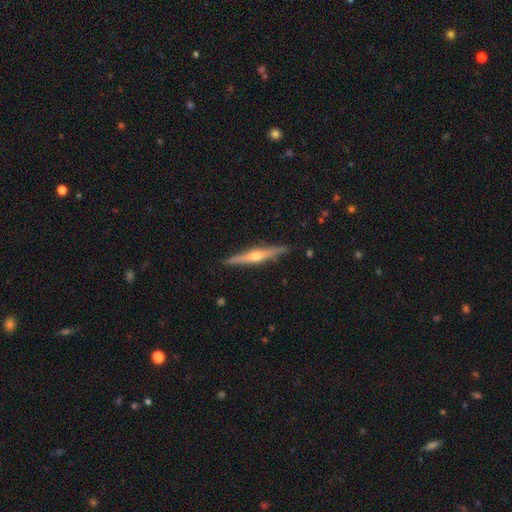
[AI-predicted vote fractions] Smooth or featured?
  - featured or disk: 72% *
  - smooth: 22%
  - star or artifact: 5%
Edge-on disk?
  - yes: 98% *
  - no: 2%
Edge-on bulge?
  - rounded: 90% *
  - none: 6%
  - boxy: 4%
Merging?
  - none: 89% *
  - minor disturbance: 8%
  - major disturbance: 2%
  - merger: 1%